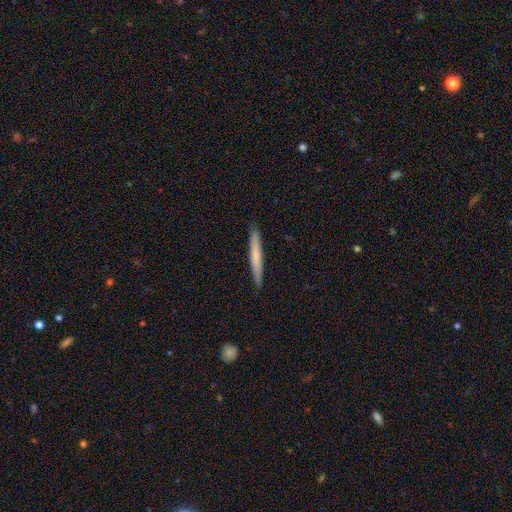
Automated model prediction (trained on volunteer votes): smooth-or-featured: smooth: 63% | featured or disk: 32% | star or artifact: 5%
  how-rounded: cigar-shaped: 96% | in between: 3% | round: 1%
  merging: none: 91% | minor disturbance: 7% | major disturbance: 1% | merger: 1%